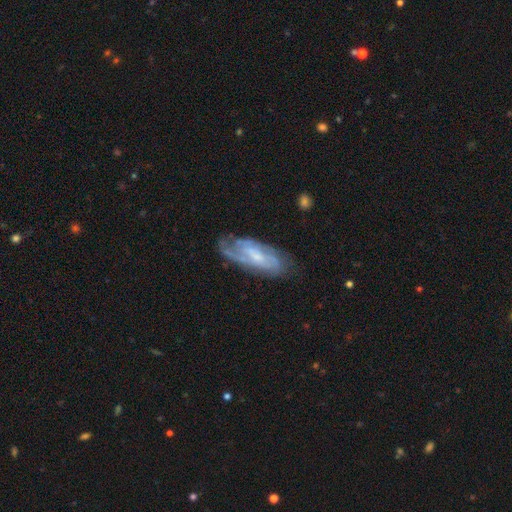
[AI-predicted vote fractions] featured or disk 75%, smooth 18%, star or artifact 6%. Down the decision tree: edge-on disk — no (89%); bar — no (44%); spiral arms — yes (88%); spiral arm count — can't tell (38%); spiral winding — tight (47%); bulge size — small (54%); merging — none (63%).